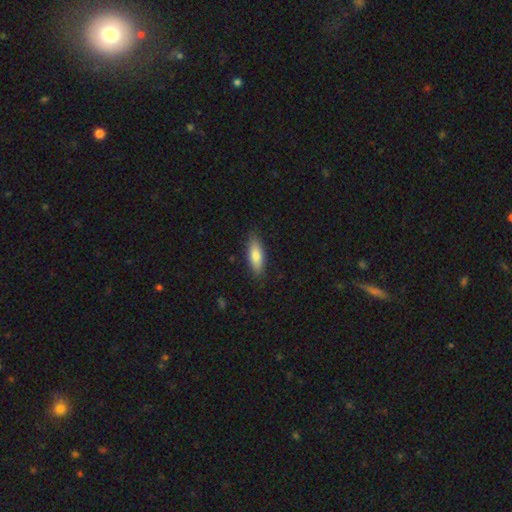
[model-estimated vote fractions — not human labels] This is likely a smooth galaxy (78%). How rounded: likely in between (63%). Merging: clearly none (85%).